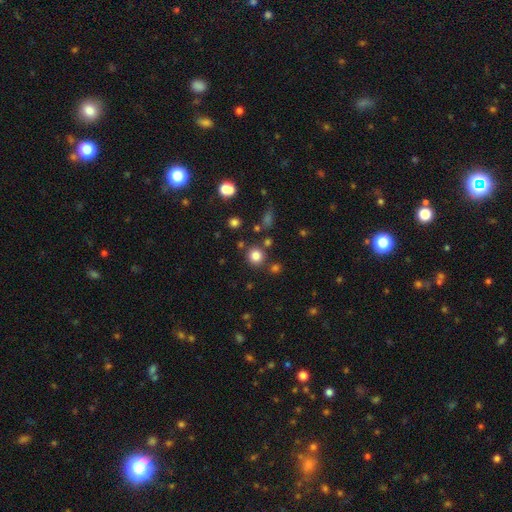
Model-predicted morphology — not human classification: smooth_or_featured: smooth (p=0.82) [alt: star or artifact p=0.13]
how_rounded: round (p=0.91) [alt: in between p=0.08]
merging: none (p=0.83) [alt: minor disturbance p=0.08]